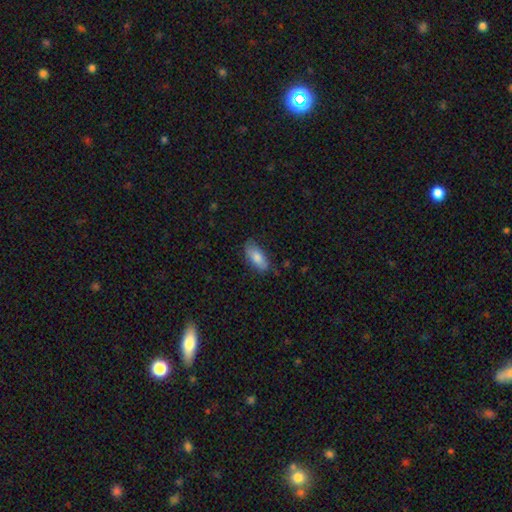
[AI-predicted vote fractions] Smooth or featured? Predicted: smooth (p=0.82). How rounded? Predicted: in between (p=0.84). Merging? Predicted: none (p=0.75).